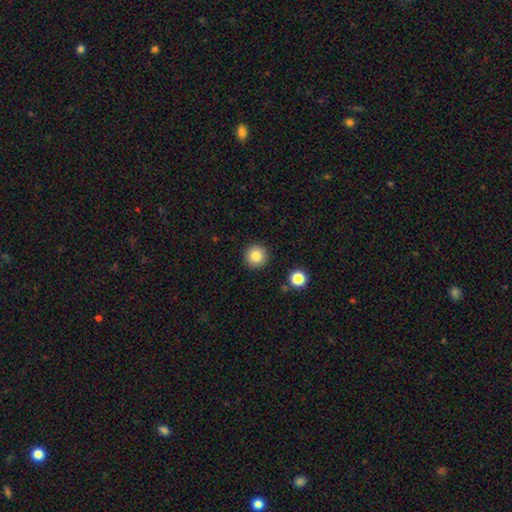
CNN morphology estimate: smooth-or-featured: smooth: 85% | star or artifact: 10% | featured or disk: 5%
  how-rounded: round: 96% | in between: 3% | cigar-shaped: 1%
  merging: none: 91% | minor disturbance: 5% | major disturbance: 2% | merger: 2%